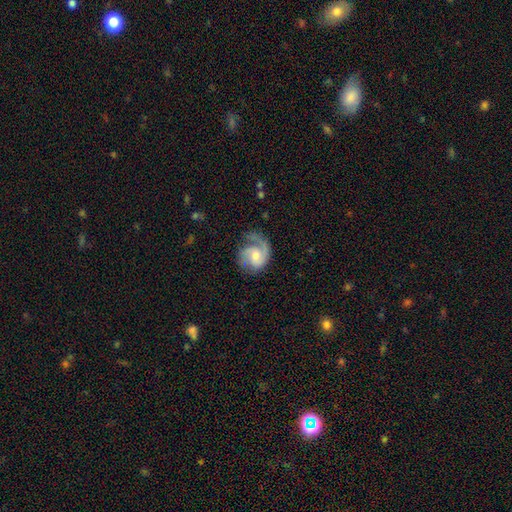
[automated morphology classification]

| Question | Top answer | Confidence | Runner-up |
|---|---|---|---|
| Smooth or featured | featured or disk | 82% | smooth (13%) |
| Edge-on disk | no | 98% | yes (2%) |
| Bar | no | 58% | weak (36%) |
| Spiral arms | yes | 96% | no (4%) |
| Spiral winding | medium | 48% | tight (31%) |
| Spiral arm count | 2 | 60% | 1 (25%) |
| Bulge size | moderate | 52% | small (40%) |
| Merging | none | 59% | minor disturbance (22%) |